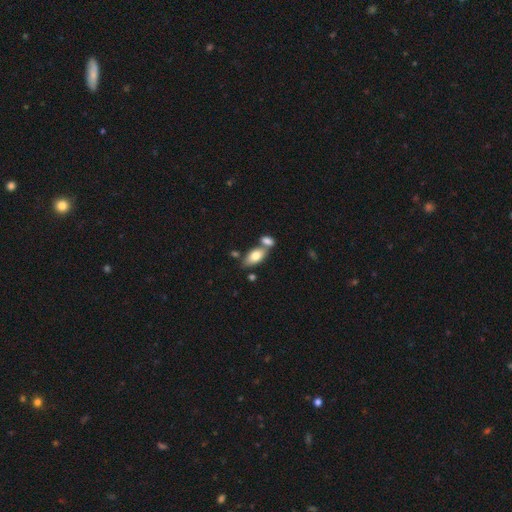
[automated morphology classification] This is likely a smooth galaxy (76%). How rounded: clearly in between (90%). Merging: possibly none (51%).